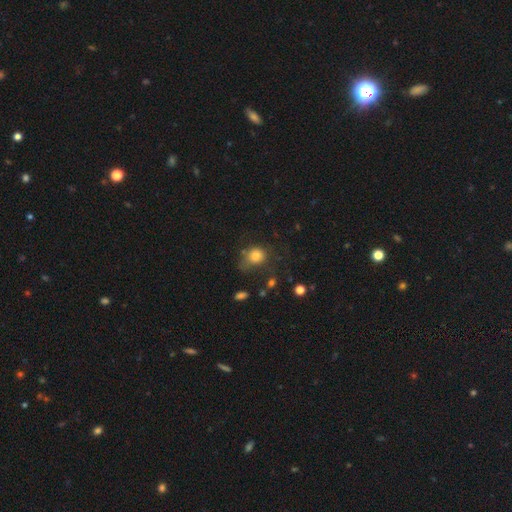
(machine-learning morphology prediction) A smooth galaxy with no disk features (79%) that is round (69%). Merging: none (49%).